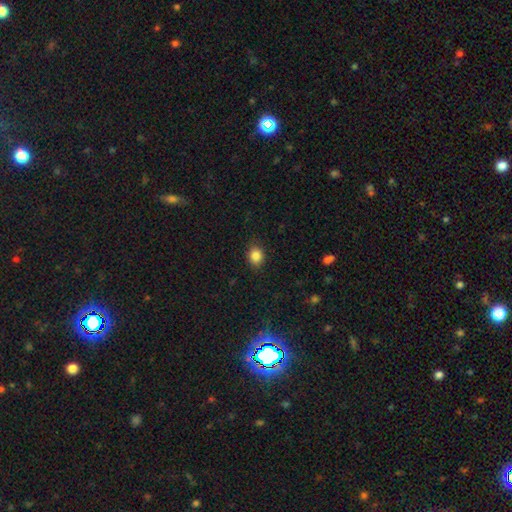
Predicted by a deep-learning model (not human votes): smooth_or_featured: smooth (p=0.86) [alt: star or artifact p=0.10]
how_rounded: round (p=0.53) [alt: in between p=0.46]
merging: none (p=0.84) [alt: minor disturbance p=0.12]